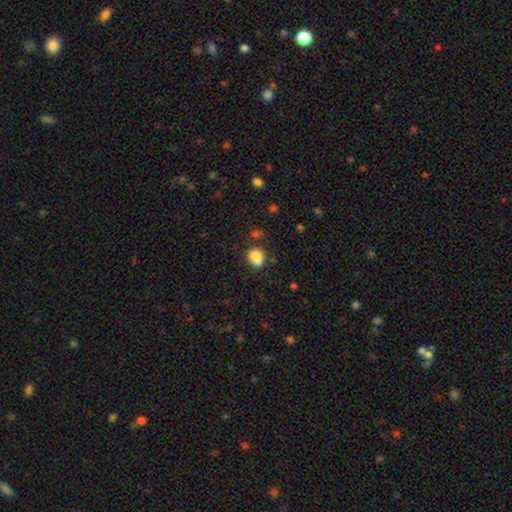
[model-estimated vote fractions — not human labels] A smooth galaxy with no disk features (75%) that is round (62%). Merging: merger (40%).